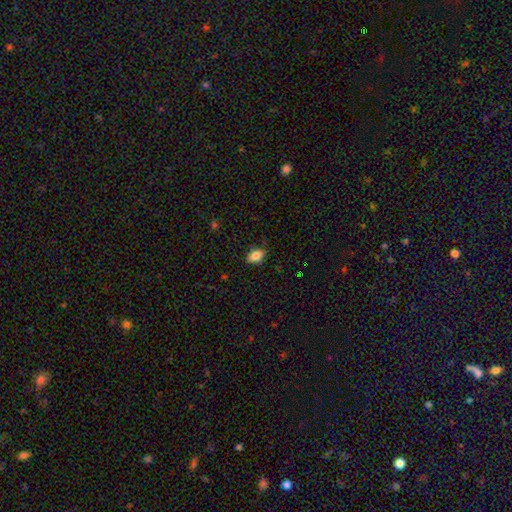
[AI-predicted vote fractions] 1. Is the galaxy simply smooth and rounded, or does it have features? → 82% smooth, 9% featured or disk, 9% star or artifact.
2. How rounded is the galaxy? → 85% in between, 12% round, 3% cigar-shaped.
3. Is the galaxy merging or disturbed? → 82% none, 14% minor disturbance, 2% major disturbance, 1% merger.